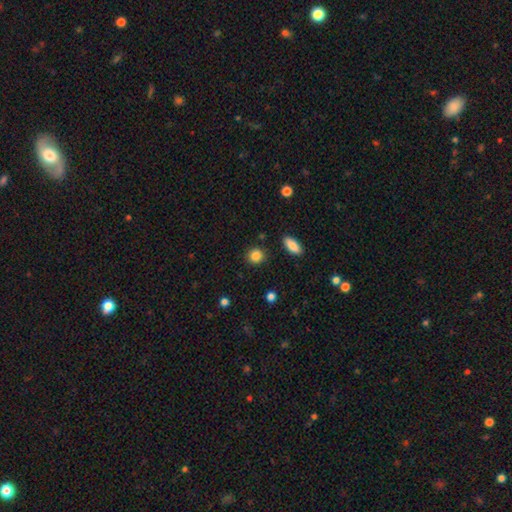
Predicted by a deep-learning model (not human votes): Smooth or featured: smooth — 86% (star or artifact — 9%)
How rounded: round — 86% (in between — 13%)
Merging: none — 88% (minor disturbance — 7%)